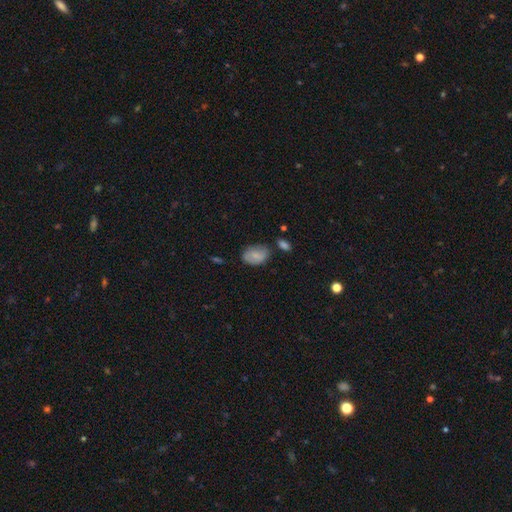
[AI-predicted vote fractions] Smooth or featured? smooth (72%)
How rounded? in between (86%)
Merging? none (65%)